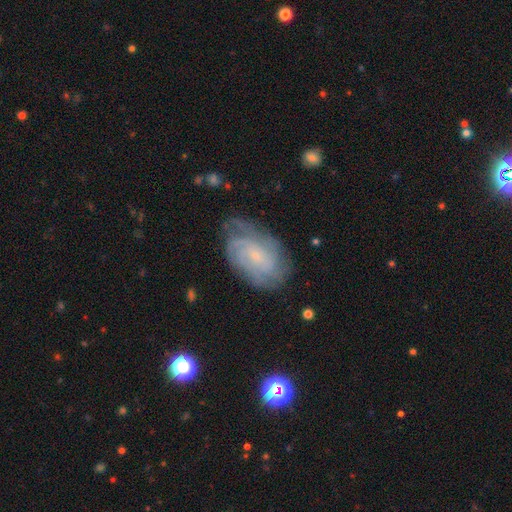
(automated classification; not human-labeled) Q: Smooth or featured?
A: featured or disk (76%); runner-up: smooth (16%)
Q: Edge-on disk?
A: no (96%); runner-up: yes (4%)
Q: Bar?
A: no (63%); runner-up: weak (31%)
Q: Spiral arms?
A: yes (94%); runner-up: no (6%)
Q: Spiral winding?
A: tight (61%); runner-up: medium (30%)
Q: Spiral arm count?
A: can't tell (41%); runner-up: 3 (16%)
Q: Bulge size?
A: small (80%); runner-up: moderate (13%)
Q: Merging?
A: none (68%); runner-up: minor disturbance (22%)